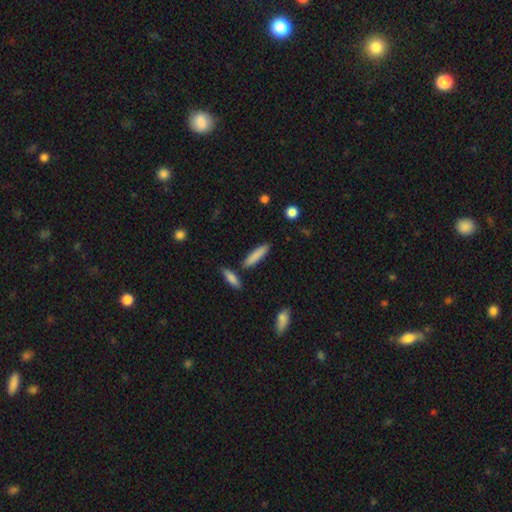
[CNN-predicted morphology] Q: Smooth or featured?
A: smooth (83%); runner-up: featured or disk (10%)
Q: How rounded?
A: cigar-shaped (79%); runner-up: in between (19%)
Q: Merging?
A: none (82%); runner-up: minor disturbance (9%)